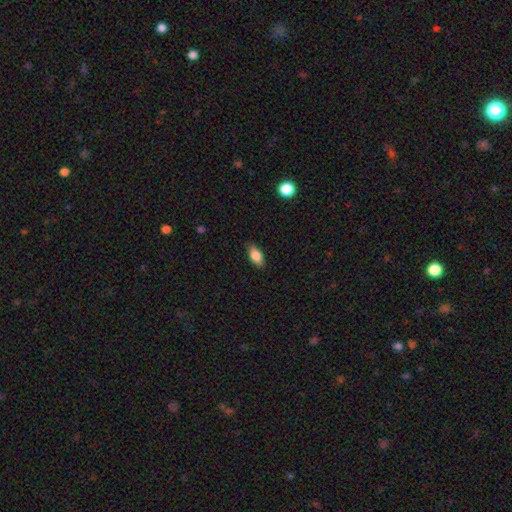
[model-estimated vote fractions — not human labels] Morphology: type=smooth (84%); roundness=in between (87%); merging=none (84%).